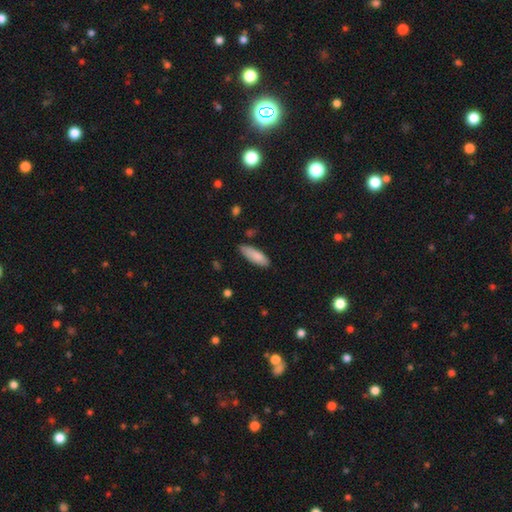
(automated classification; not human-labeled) This is clearly a smooth galaxy (86%). How rounded: possibly in between (59%). Merging: likely none (79%).